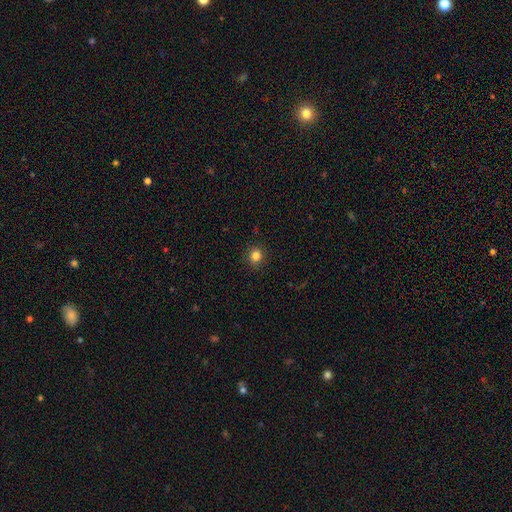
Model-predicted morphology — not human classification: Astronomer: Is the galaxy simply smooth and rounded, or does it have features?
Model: smooth — 84%.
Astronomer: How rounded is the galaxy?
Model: round — 85%.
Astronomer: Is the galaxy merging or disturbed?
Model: none — 90%.